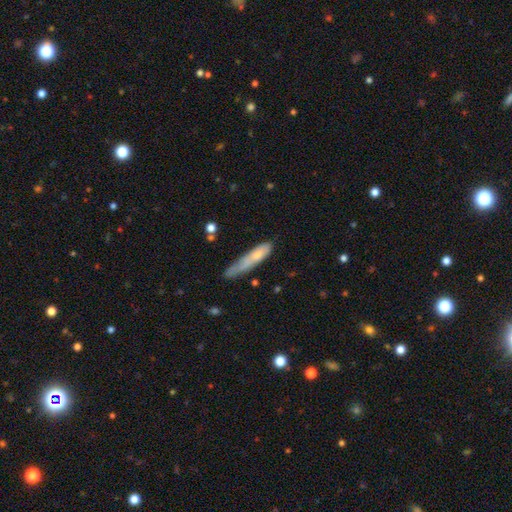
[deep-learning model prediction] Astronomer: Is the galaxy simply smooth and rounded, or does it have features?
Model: smooth — 66%.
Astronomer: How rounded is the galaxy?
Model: cigar-shaped — 83%.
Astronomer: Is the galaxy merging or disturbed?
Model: none — 43% (runner-up: minor disturbance, 34%).